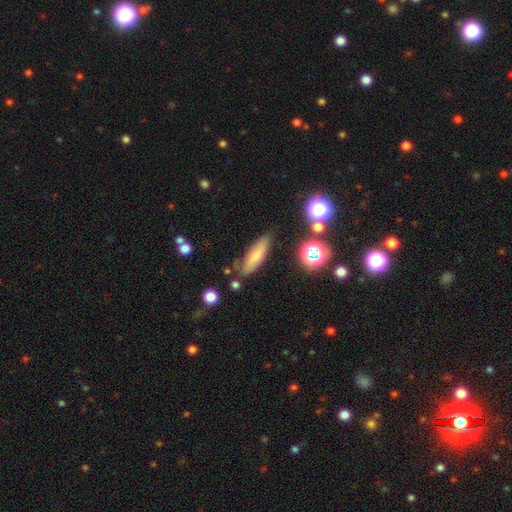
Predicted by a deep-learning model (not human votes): Smooth or featured? Predicted: smooth (p=0.69). How rounded? Predicted: cigar-shaped (p=0.56). Merging? Predicted: none (p=0.72).